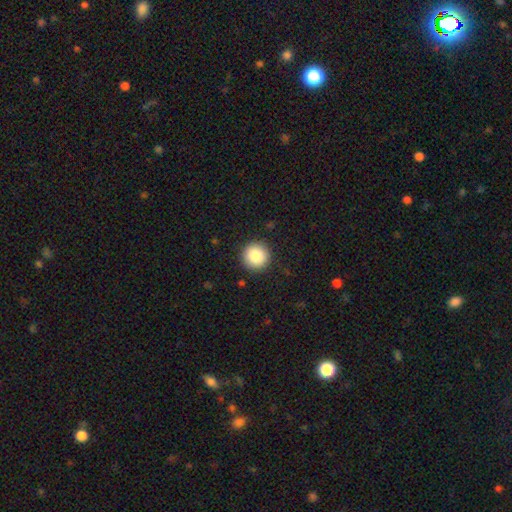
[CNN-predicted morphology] type=smooth (86%); roundness=round (95%); merging=none (91%).